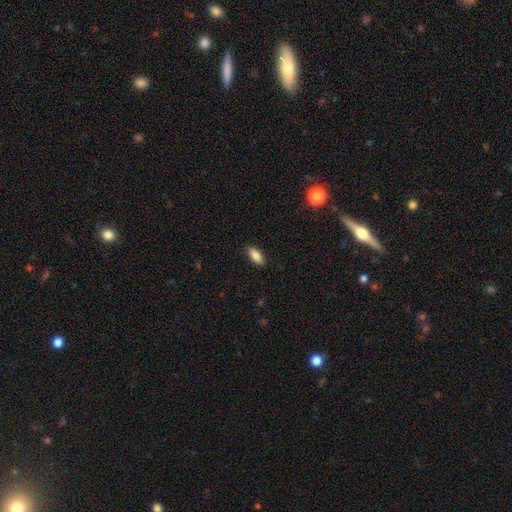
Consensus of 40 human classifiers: A smooth galaxy with no disk features (90%) that is in between round and cigar-shaped (89%).

Vote fractions:
- Smooth or featured? smooth: 90% / featured or disk: 8% / star or artifact: 2%
- How rounded? in between: 89% / cigar-shaped: 11% / round: 0%
- Merging? none: 82% / minor disturbance: 18% / major disturbance: 0% / merger: 0%